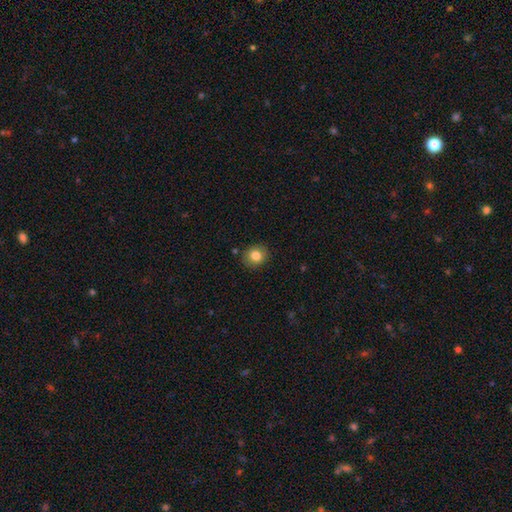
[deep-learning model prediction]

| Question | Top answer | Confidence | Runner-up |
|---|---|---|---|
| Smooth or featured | smooth | 82% | star or artifact (10%) |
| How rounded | round | 74% | in between (25%) |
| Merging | none | 87% | minor disturbance (9%) |